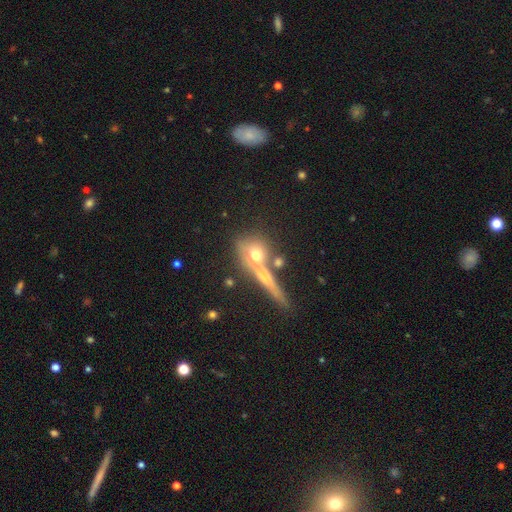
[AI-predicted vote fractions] Smooth or featured?
  - smooth: 57% *
  - featured or disk: 30%
  - star or artifact: 13%
How rounded?
  - round: 69% *
  - in between: 18%
  - cigar-shaped: 13%
Merging?
  - none: 45% *
  - merger: 34%
  - minor disturbance: 12%
  - major disturbance: 9%